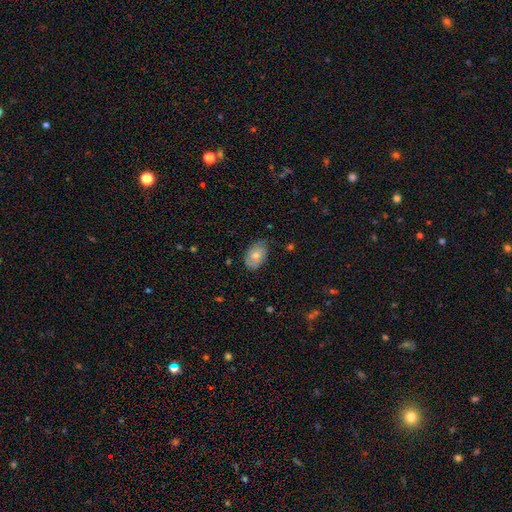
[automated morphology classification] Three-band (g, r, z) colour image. It shows a smooth galaxy with no disk features (66%) that is in between round and cigar-shaped (89%). Merging: none (68%).